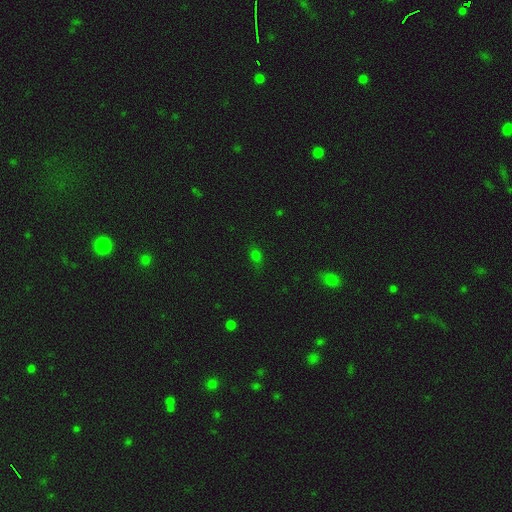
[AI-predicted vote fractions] Q: Smooth or featured?
A: smooth (65%); runner-up: star or artifact (27%)
Q: How rounded?
A: in between (65%); runner-up: round (30%)
Q: Merging?
A: none (75%); runner-up: minor disturbance (17%)